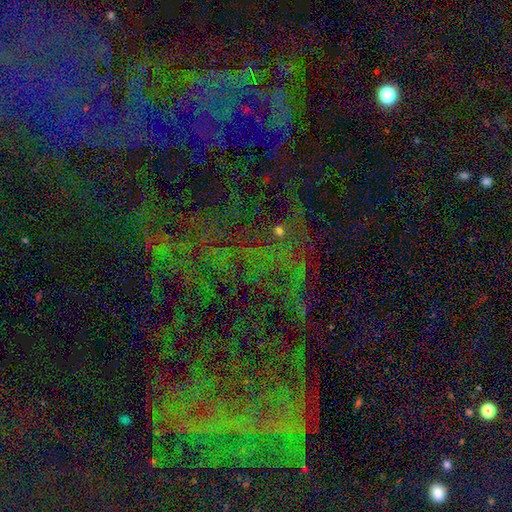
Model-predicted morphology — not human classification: The model was most divided on "smooth or featured": star or artifact: 78%, featured or disk: 12%, smooth: 10%.